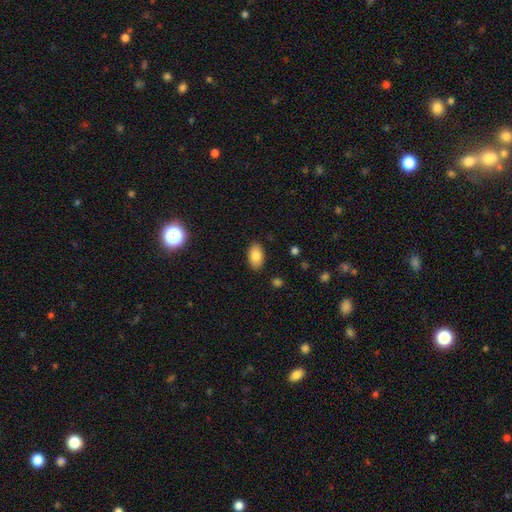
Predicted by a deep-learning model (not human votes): Smooth or featured? Predicted: smooth (p=0.85). How rounded? Predicted: in between (p=0.93). Merging? Predicted: none (p=0.87).